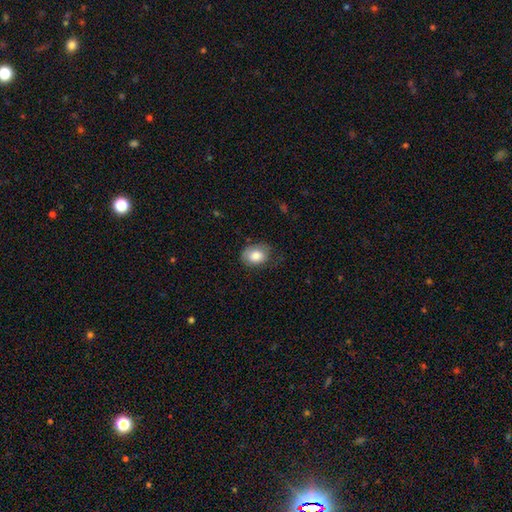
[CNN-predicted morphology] smooth-or-featured: smooth: 81% | featured or disk: 11% | star or artifact: 7%
  how-rounded: in between: 66% | round: 33% | cigar-shaped: 1%
  merging: none: 55% | minor disturbance: 30% | major disturbance: 13% | merger: 1%